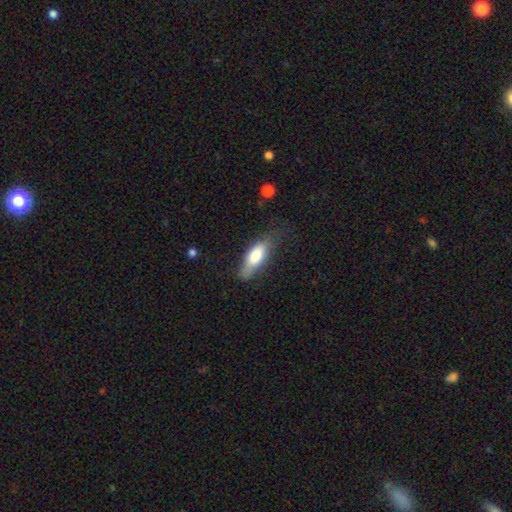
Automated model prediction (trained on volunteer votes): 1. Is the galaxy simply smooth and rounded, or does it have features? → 73% smooth, 20% featured or disk, 6% star or artifact.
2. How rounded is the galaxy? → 68% in between, 30% cigar-shaped, 2% round.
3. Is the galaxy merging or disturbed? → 55% none, 30% minor disturbance, 12% major disturbance, 2% merger.